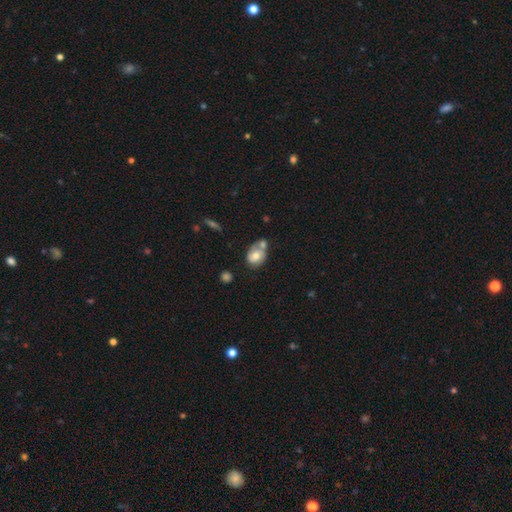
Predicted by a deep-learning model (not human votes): The model was most divided on "merging": merger: 44%, none: 33%, minor disturbance: 16%, major disturbance: 7%. More confident: smooth or featured — smooth (59%); how rounded — in between (56%).